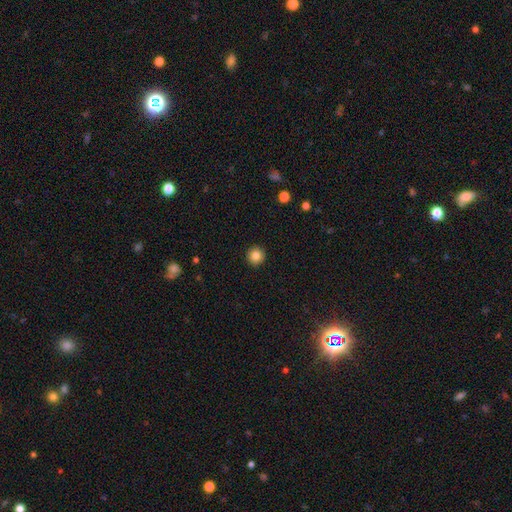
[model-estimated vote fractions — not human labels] Morphology: type=smooth (84%); roundness=round (96%); merging=none (93%).